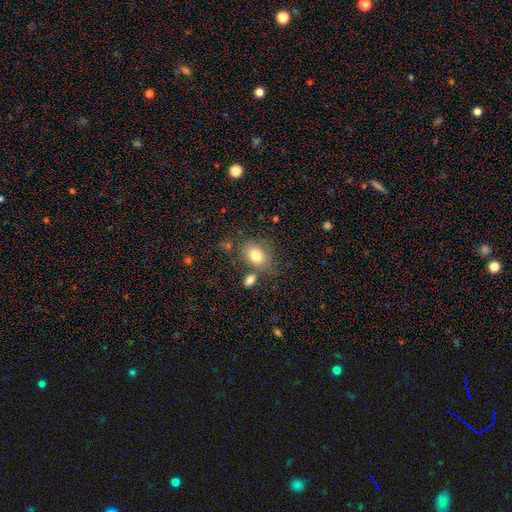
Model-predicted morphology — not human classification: Smooth or featured: smooth — 79% (featured or disk — 11%)
How rounded: in between — 63% (round — 36%)
Merging: none — 66% (minor disturbance — 16%)